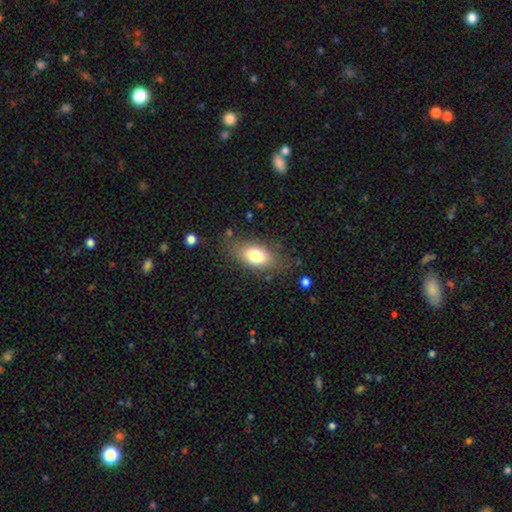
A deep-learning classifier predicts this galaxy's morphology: This appears to be a smooth galaxy with no disk features (77%) that is in between round and cigar-shaped (86%). Merging: none (75%).